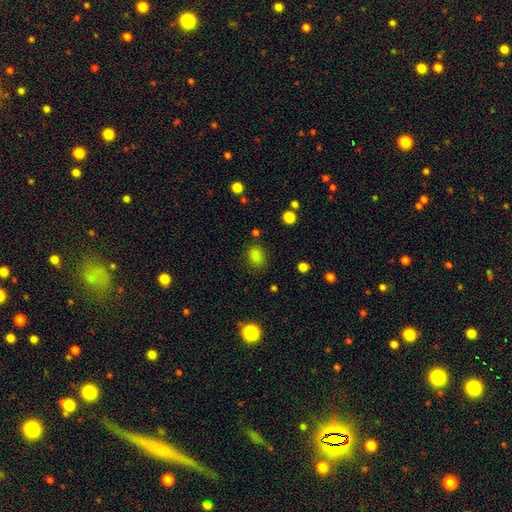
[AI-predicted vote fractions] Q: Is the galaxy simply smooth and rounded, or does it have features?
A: smooth — 82%.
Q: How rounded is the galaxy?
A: in between — 68%.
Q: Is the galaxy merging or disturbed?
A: none — 78%.